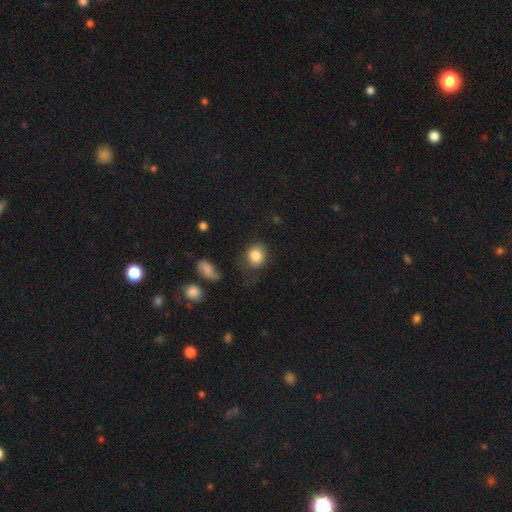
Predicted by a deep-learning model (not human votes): Smooth or featured?
  - smooth: 85% *
  - star or artifact: 9%
  - featured or disk: 7%
How rounded?
  - round: 66% *
  - in between: 33%
  - cigar-shaped: 1%
Merging?
  - none: 66% *
  - minor disturbance: 20%
  - major disturbance: 10%
  - merger: 4%